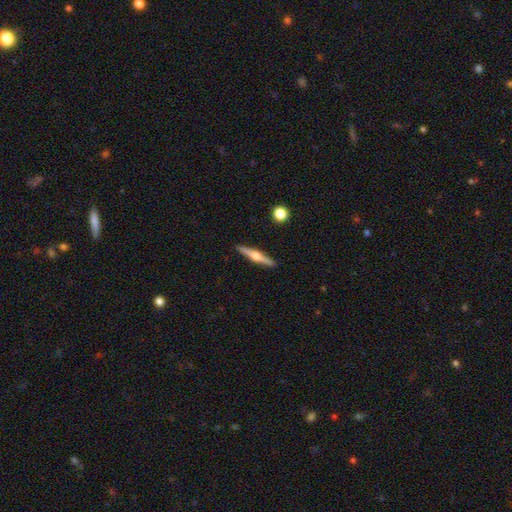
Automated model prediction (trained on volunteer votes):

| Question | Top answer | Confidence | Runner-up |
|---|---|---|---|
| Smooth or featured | featured or disk | 70% | smooth (25%) |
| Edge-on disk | yes | 98% | no (2%) |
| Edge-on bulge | rounded | 92% | boxy (5%) |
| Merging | none | 91% | minor disturbance (6%) |